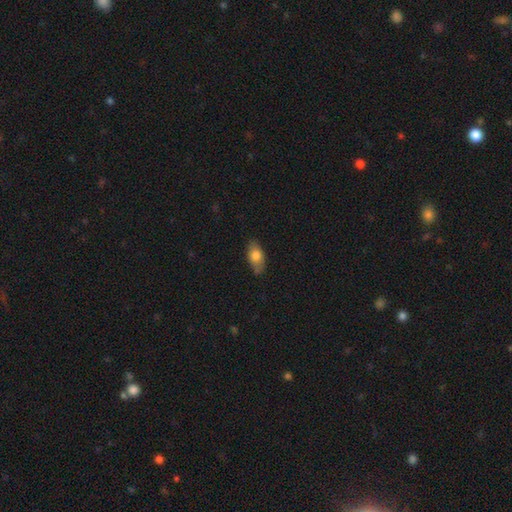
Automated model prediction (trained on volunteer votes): Overall: smooth (76%). How rounded: in between (87%). Merging: none (76%).